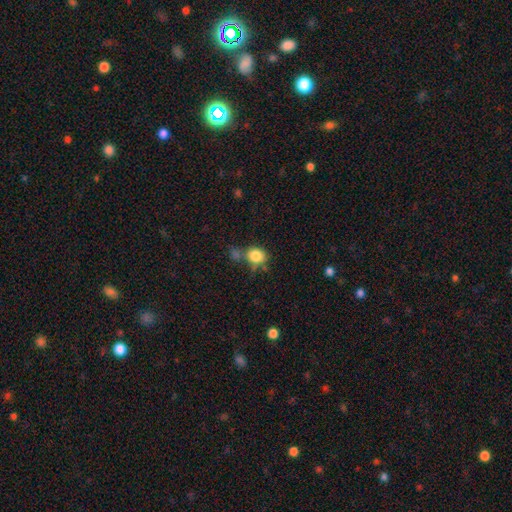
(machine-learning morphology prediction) smooth_or_featured: smooth (p=0.83) [alt: star or artifact p=0.10]
how_rounded: round (p=0.67) [alt: in between p=0.32]
merging: none (p=0.54) [alt: merger p=0.21]